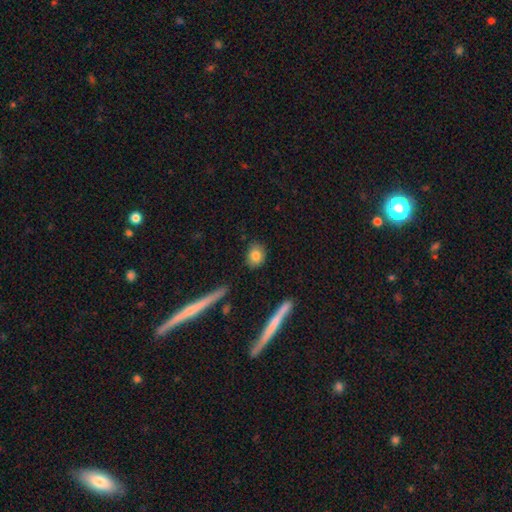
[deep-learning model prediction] The model was most divided on "how rounded": round: 57%, in between: 39%, cigar-shaped: 5%. More confident: merging — none (85%); smooth or featured — smooth (83%).